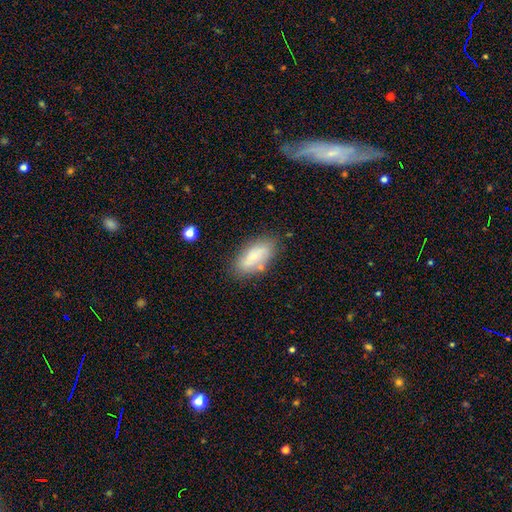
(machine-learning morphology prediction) smooth_or_featured: smooth (p=0.63) [alt: featured or disk p=0.30]
how_rounded: in between (p=0.87) [alt: cigar-shaped p=0.10]
merging: none (p=0.73) [alt: minor disturbance p=0.17]